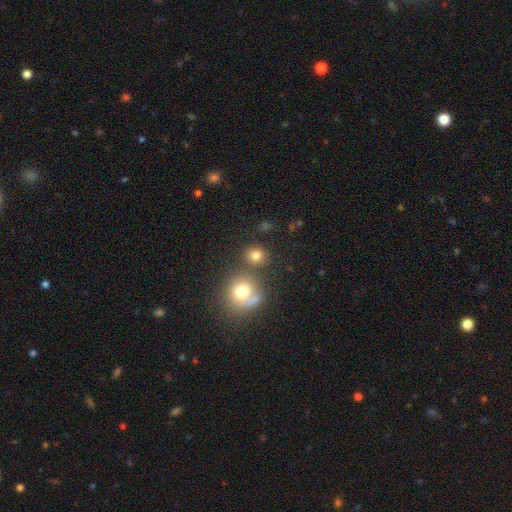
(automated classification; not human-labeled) This is likely a smooth galaxy (78%). How rounded: clearly round (83%). Merging: likely none (69%).